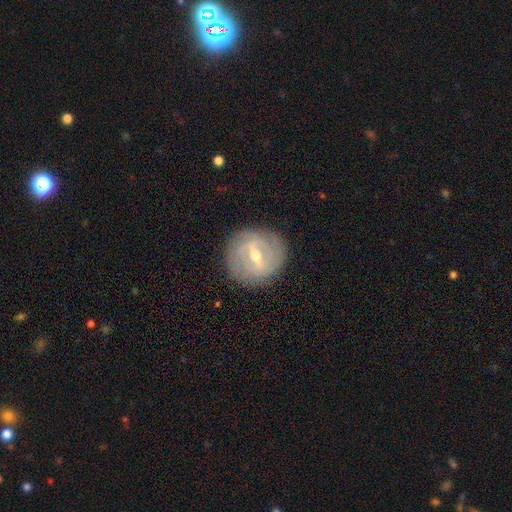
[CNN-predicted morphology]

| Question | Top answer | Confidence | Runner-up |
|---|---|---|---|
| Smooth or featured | featured or disk | 78% | smooth (16%) |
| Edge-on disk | no | 94% | yes (6%) |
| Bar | strong | 52% | weak (40%) |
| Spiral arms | yes | 70% | no (30%) |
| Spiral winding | tight | 67% | medium (24%) |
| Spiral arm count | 2 | 40% | tied: can't tell (40%) |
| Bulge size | moderate | 54% | small (43%) |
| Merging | none | 85% | minor disturbance (11%) |